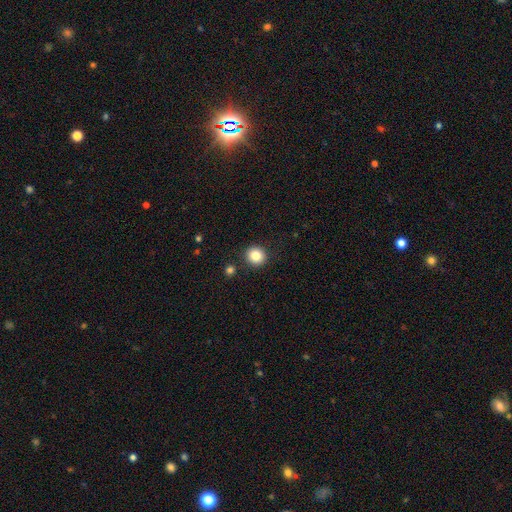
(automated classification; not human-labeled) This is clearly a smooth galaxy (84%). How rounded: clearly round (90%). Merging: clearly none (89%).